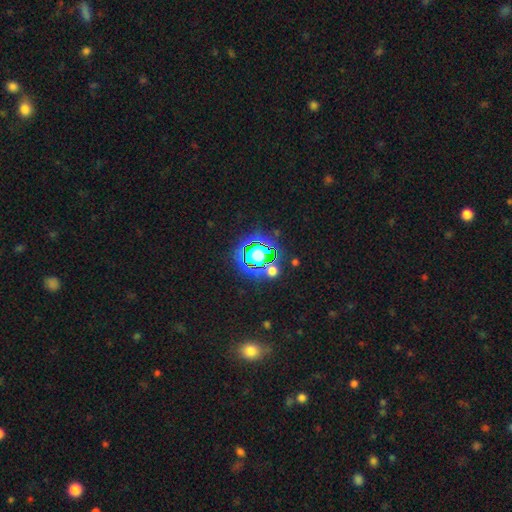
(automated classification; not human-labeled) Smooth or featured?
  - star or artifact: 77% *
  - smooth: 15%
  - featured or disk: 7%